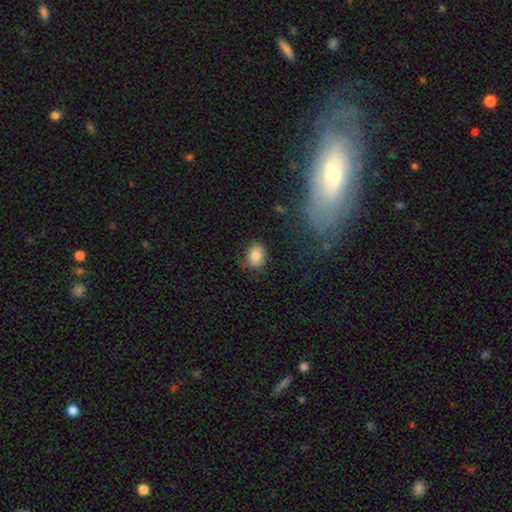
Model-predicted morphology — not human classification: Q: Smooth or featured?
A: smooth (83%); runner-up: star or artifact (9%)
Q: How rounded?
A: in between (63%); runner-up: round (36%)
Q: Merging?
A: none (75%); runner-up: minor disturbance (19%)